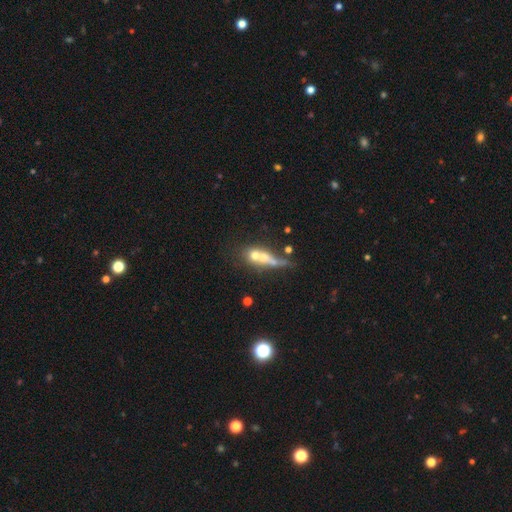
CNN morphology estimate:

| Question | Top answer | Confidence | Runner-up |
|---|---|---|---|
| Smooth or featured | featured or disk | 42% | smooth (41%) |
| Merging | merger | 43% | none (30%) |